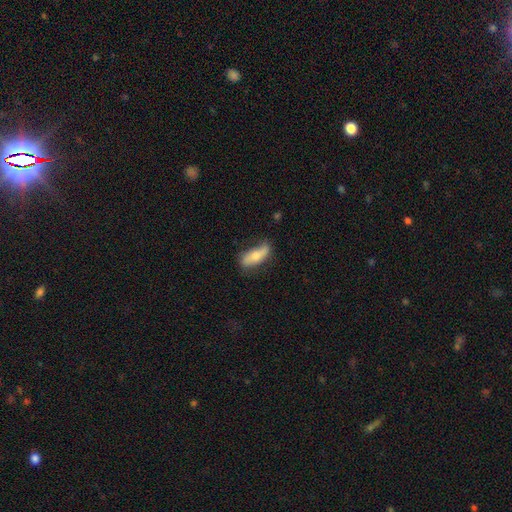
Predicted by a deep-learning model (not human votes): Q: Smooth or featured?
A: smooth (64%); runner-up: featured or disk (29%)
Q: How rounded?
A: in between (65%); runner-up: cigar-shaped (32%)
Q: Merging?
A: none (64%); runner-up: minor disturbance (27%)